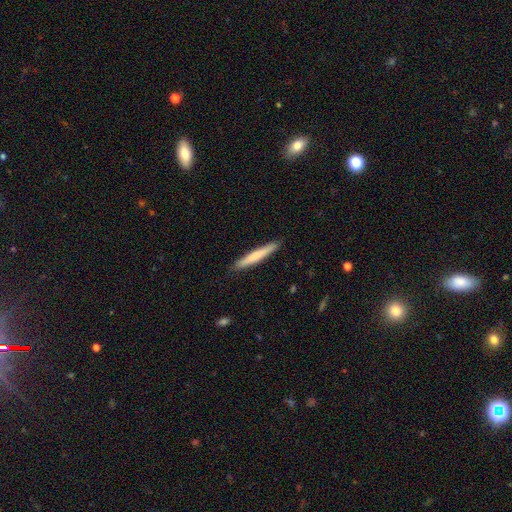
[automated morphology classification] This appears to be a smooth galaxy with no disk features (68%) that is cigar-shaped (96%). Merging: none (90%).